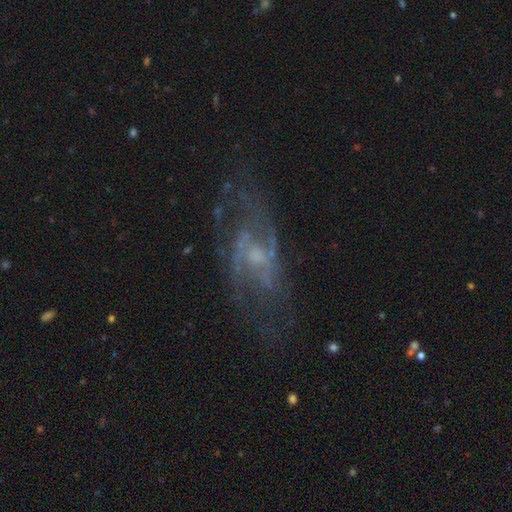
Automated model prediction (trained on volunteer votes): Morphology: type=featured or disk (78%); edge-on=no (92%); bar=no (55%); spiral arms=yes (82%); winding=medium (46%); arm count=2 (55%); bulge=small (52%); merging=none (65%).